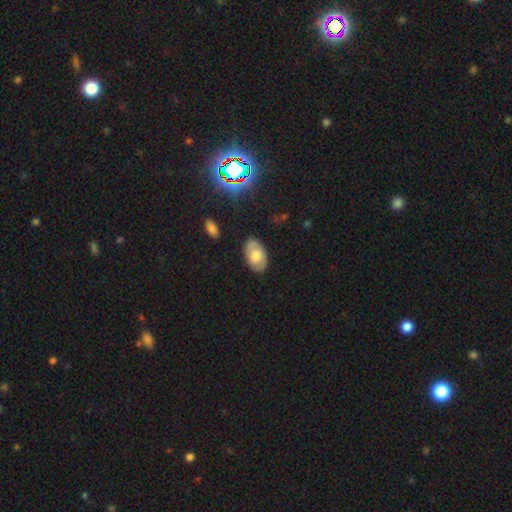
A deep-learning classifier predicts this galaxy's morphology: smooth-or-featured: smooth: 63% | featured or disk: 29% | star or artifact: 8%
  how-rounded: in between: 94% | round: 5% | cigar-shaped: 1%
  merging: none: 83% | minor disturbance: 13% | major disturbance: 3% | merger: 2%